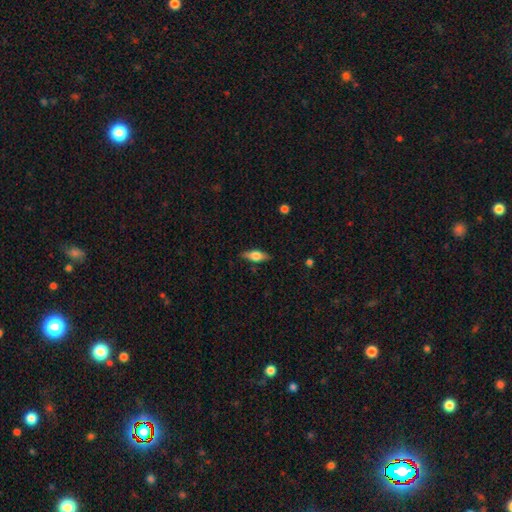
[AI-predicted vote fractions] Overall: smooth (53%; featured or disk 41%). How rounded: in between (60%; cigar-shaped 36%). Merging: none (85%).